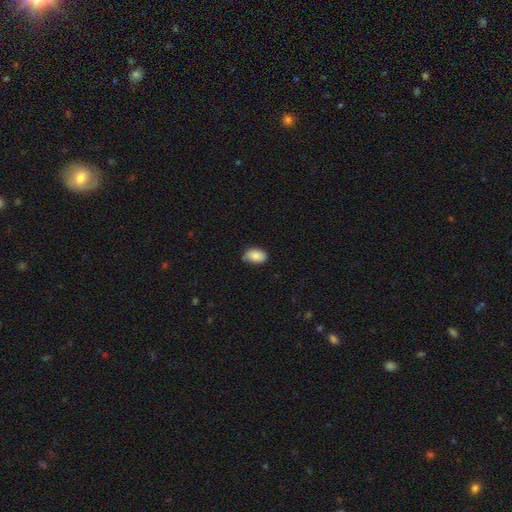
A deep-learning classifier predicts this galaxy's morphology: A smooth galaxy with no disk features (87%) that is in between round and cigar-shaped (90%). Merging: none (71%).